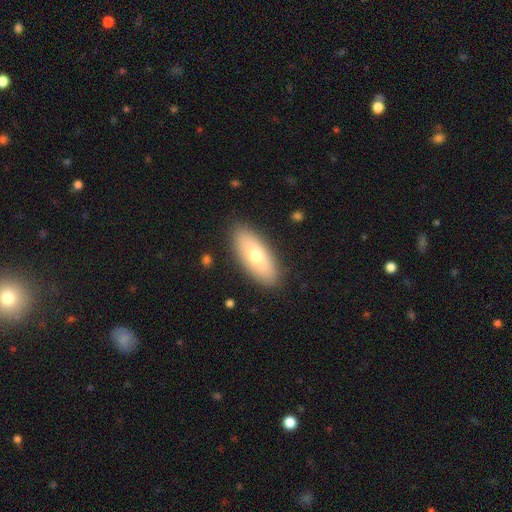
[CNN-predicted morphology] A smooth galaxy with no disk features (69%) that is in between round and cigar-shaped (79%).

Vote fractions:
- Smooth or featured? smooth: 69% / featured or disk: 25% / star or artifact: 6%
- How rounded? in between: 79% / cigar-shaped: 19% / round: 3%
- Merging? none: 88% / minor disturbance: 9% / major disturbance: 2% / merger: 1%